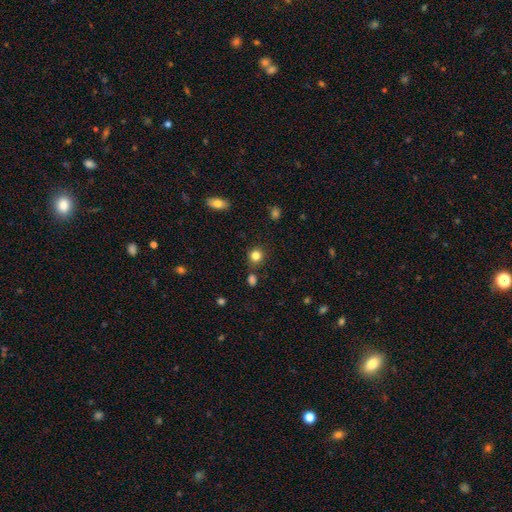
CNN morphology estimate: Smooth or featured: smooth — 83% (star or artifact — 12%)
How rounded: round — 86% (in between — 13%)
Merging: none — 81% (minor disturbance — 10%)